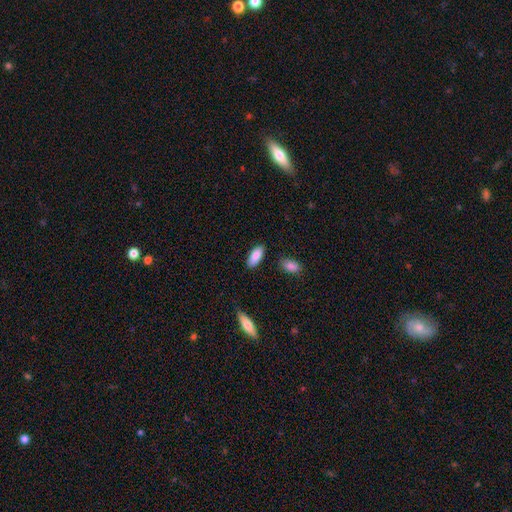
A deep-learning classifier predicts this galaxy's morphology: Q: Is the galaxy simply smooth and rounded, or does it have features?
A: smooth — 86%.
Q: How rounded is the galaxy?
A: in between — 85%.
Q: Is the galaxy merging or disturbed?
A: none — 84%.